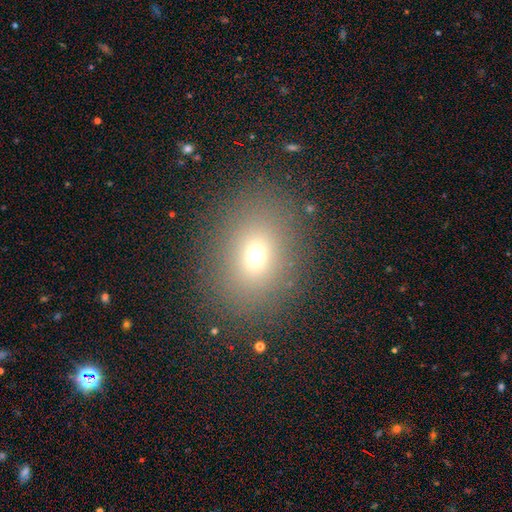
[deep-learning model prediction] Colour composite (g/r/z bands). It shows a smooth galaxy with no disk features (67%) that is in between round and cigar-shaped (54%). Merging: none (85%).